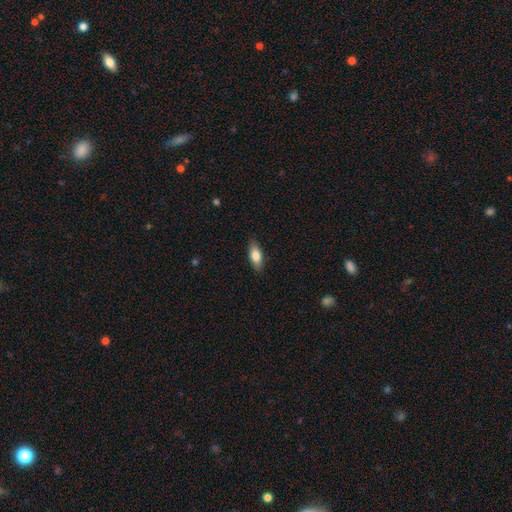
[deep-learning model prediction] A smooth galaxy with no disk features (78%) that is in between round and cigar-shaped (78%). Merging: none (87%).